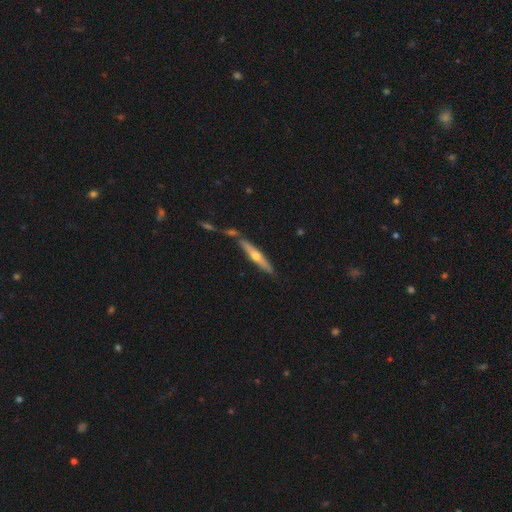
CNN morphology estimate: Smooth or featured?
  - featured or disk: 60% *
  - smooth: 35%
  - star or artifact: 6%
Edge-on disk?
  - yes: 92% *
  - no: 8%
Edge-on bulge?
  - rounded: 87% *
  - none: 10%
  - boxy: 2%
Merging?
  - none: 67% *
  - merger: 16%
  - minor disturbance: 14%
  - major disturbance: 4%